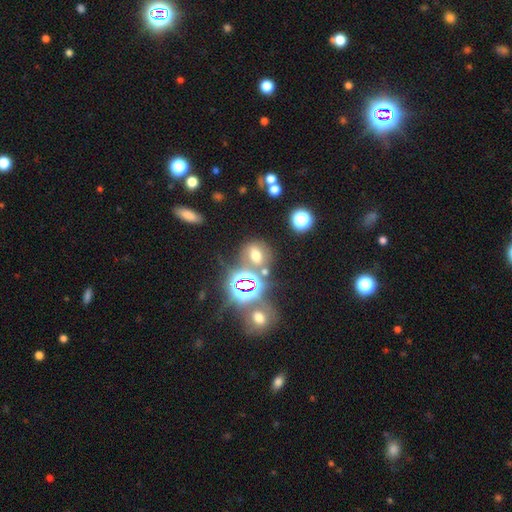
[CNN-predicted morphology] smooth_or_featured: smooth (p=0.52) [alt: star or artifact p=0.34]
how_rounded: in between (p=0.51) [alt: round p=0.47]
merging: none (p=0.61) [alt: merger p=0.19]